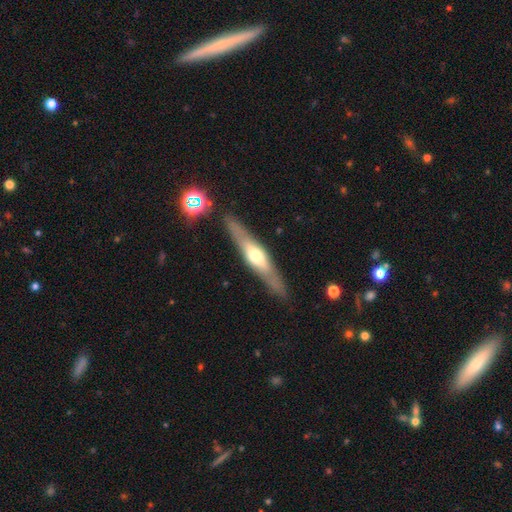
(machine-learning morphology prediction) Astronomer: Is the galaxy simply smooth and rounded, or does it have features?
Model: featured or disk — 60%.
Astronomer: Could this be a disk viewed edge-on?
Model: yes — 89%.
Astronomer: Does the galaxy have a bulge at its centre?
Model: rounded — 88%.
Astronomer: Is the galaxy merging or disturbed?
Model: none — 86%.